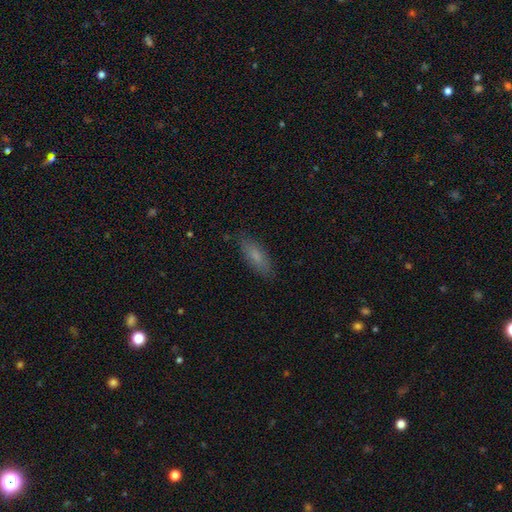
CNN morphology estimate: smooth 74%, featured or disk 18%, star or artifact 8%. Down the decision tree: how rounded — in between (61%); merging — none (84%).